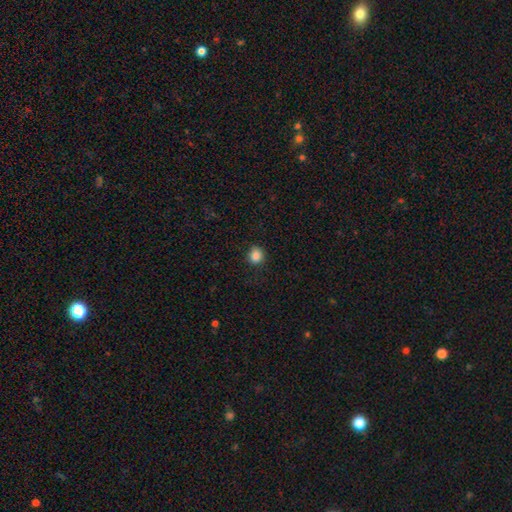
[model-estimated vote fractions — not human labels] Smooth or featured? Predicted: smooth (p=0.86). How rounded? Predicted: round (p=0.79). Merging? Predicted: none (p=0.85).